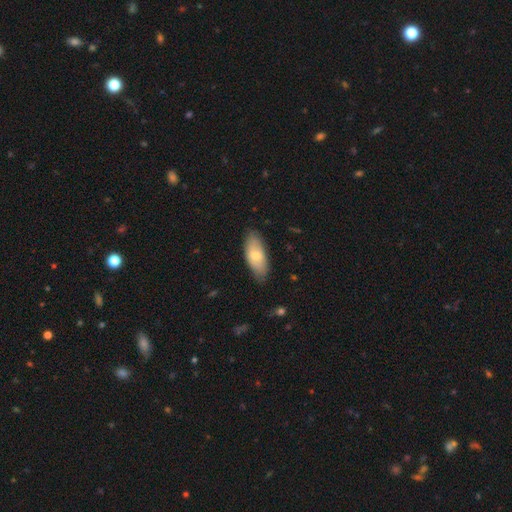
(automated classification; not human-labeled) Smooth or featured: smooth — 69% (featured or disk — 25%)
How rounded: in between — 86% (cigar-shaped — 12%)
Merging: none — 78% (minor disturbance — 18%)